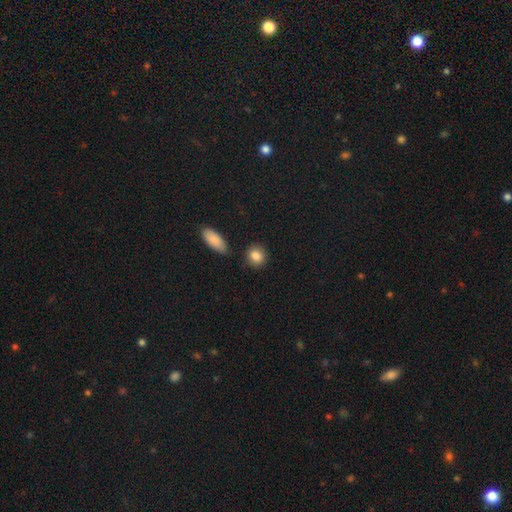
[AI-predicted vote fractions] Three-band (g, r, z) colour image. It shows a smooth galaxy with no disk features (86%) that is round (75%). Merging: none (84%).